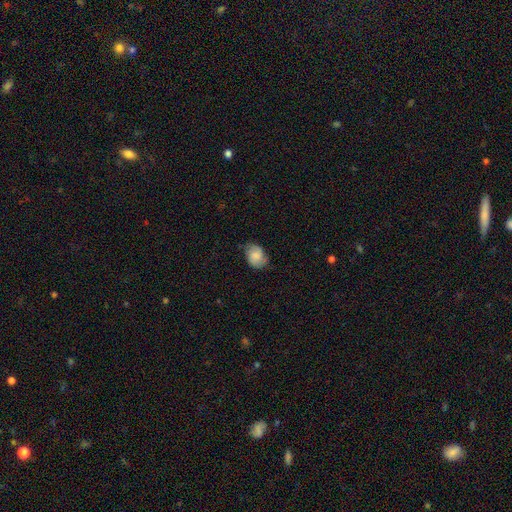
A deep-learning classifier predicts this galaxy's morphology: smooth_or_featured: smooth (p=0.62) [alt: featured or disk p=0.30]
how_rounded: in between (p=0.68) [alt: round p=0.31]
merging: none (p=0.65) [alt: minor disturbance p=0.27]